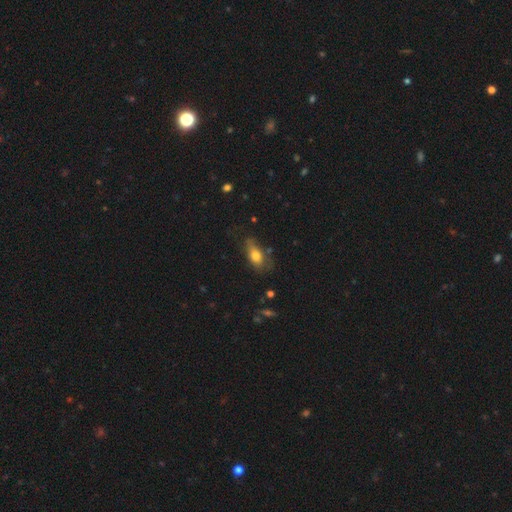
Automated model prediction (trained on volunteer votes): Q: Smooth or featured?
A: smooth (72%); runner-up: featured or disk (20%)
Q: How rounded?
A: in between (81%); runner-up: cigar-shaped (13%)
Q: Merging?
A: none (51%); runner-up: minor disturbance (32%)